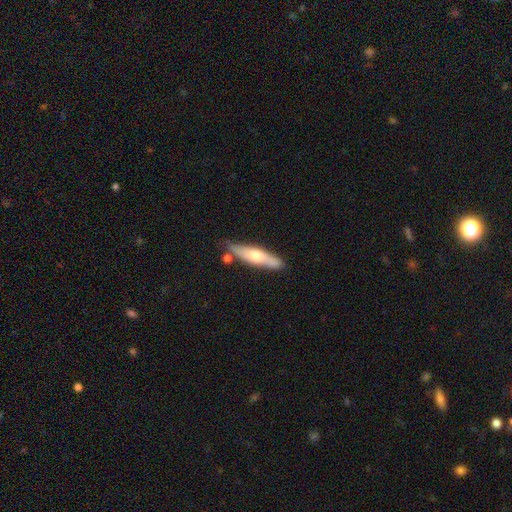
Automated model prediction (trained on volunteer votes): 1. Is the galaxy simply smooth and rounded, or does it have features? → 51% smooth, 43% featured or disk, 6% star or artifact.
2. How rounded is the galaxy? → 77% cigar-shaped, 22% in between, 2% round.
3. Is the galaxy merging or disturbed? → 73% none, 17% minor disturbance, 7% merger, 3% major disturbance.